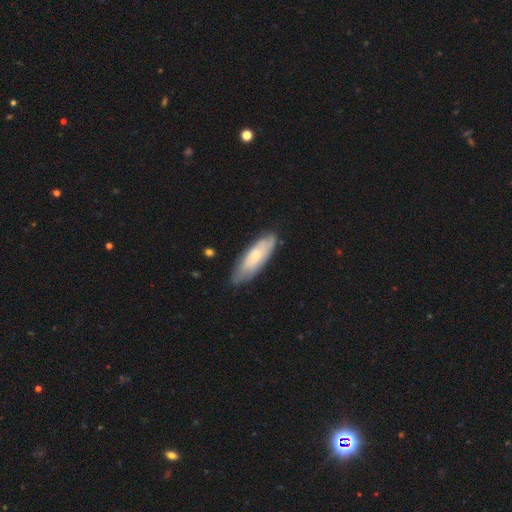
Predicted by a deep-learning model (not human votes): A smooth galaxy with no disk features (56%) that is in between round and cigar-shaped (57%).

Vote fractions:
- Smooth or featured? smooth: 56% / featured or disk: 39% / star or artifact: 6%
- How rounded? in between: 57% / cigar-shaped: 41% / round: 2%
- Merging? none: 75% / minor disturbance: 20% / major disturbance: 4% / merger: 1%